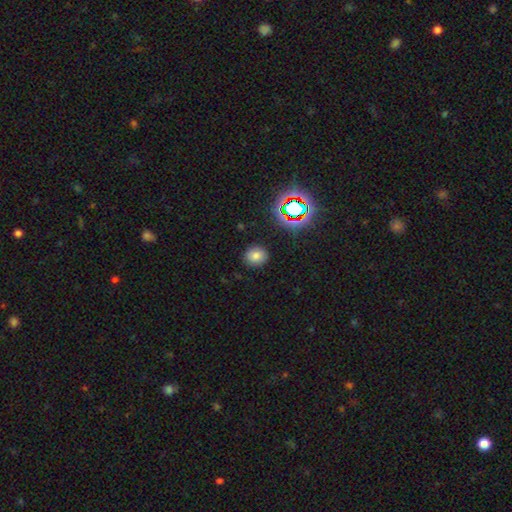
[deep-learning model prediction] smooth_or_featured: smooth (p=0.76) [alt: star or artifact p=0.16]
how_rounded: round (p=0.74) [alt: in between p=0.25]
merging: none (p=0.88) [alt: minor disturbance p=0.08]